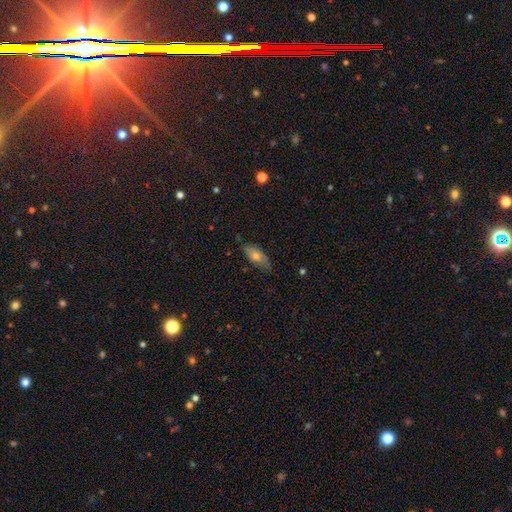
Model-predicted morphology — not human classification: smooth_or_featured: smooth (p=0.62) [alt: featured or disk p=0.29]
how_rounded: in between (p=0.74) [alt: cigar-shaped p=0.23]
merging: none (p=0.80) [alt: minor disturbance p=0.17]